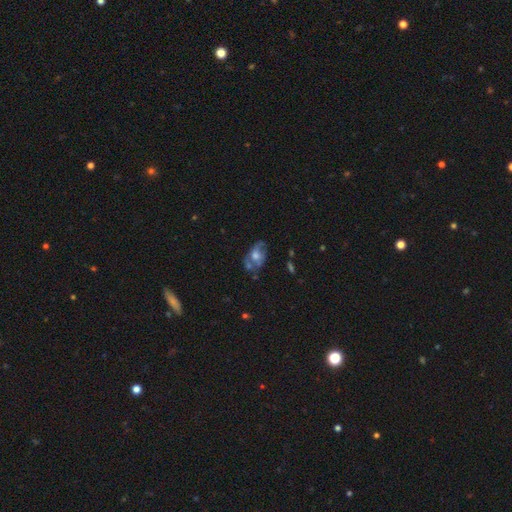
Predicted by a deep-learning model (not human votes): This appears to be a featured or disk galaxy (56%) with no bar (77%), spiral arms (51%) and a moderate central bulge (56%). Merging: none (44%).